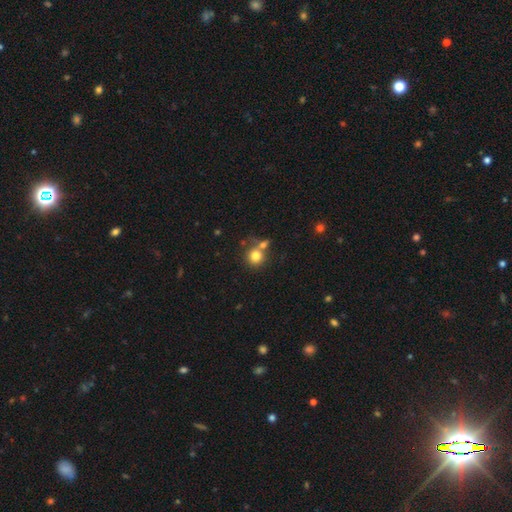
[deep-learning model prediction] smooth-or-featured: smooth: 79% | star or artifact: 11% | featured or disk: 10%
  how-rounded: round: 88% | in between: 11% | cigar-shaped: 1%
  merging: none: 54% | merger: 32% | minor disturbance: 10% | major disturbance: 5%